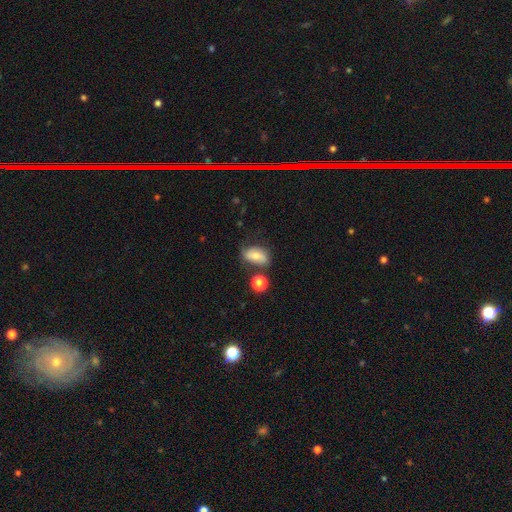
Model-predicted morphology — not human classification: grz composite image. It shows a smooth galaxy with no disk features (62%) that is in between round and cigar-shaped (85%). Merging: none (55%).